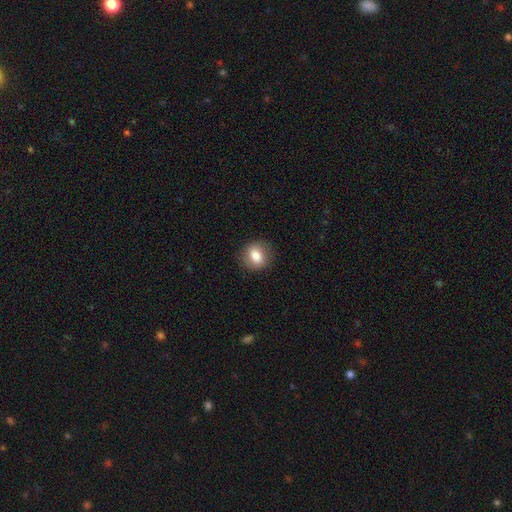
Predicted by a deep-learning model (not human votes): Smooth or featured? smooth (79%)
How rounded? round (67%)
Merging? none (86%)